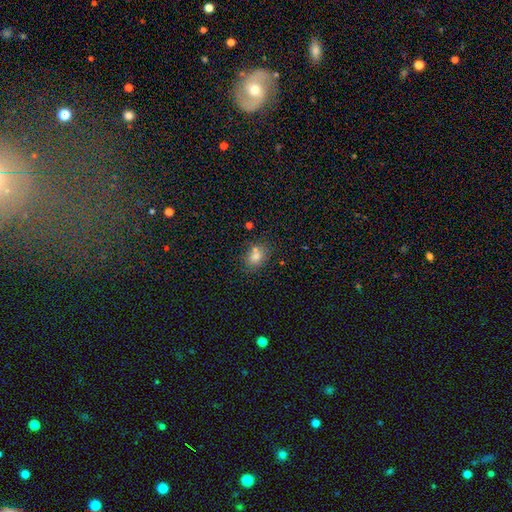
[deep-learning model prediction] Smooth or featured? smooth (71%)
How rounded? in between (53%)
Merging? none (63%)